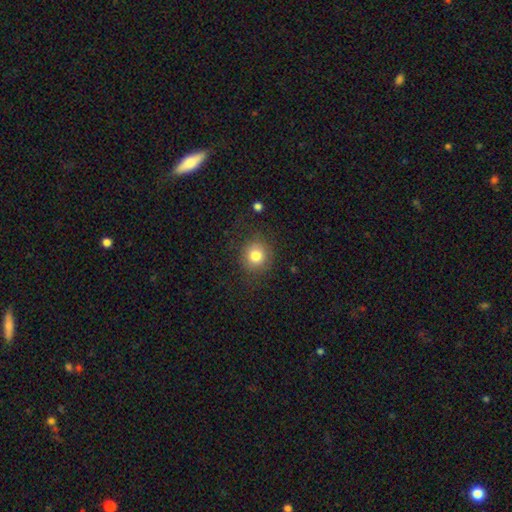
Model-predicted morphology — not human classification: Q: Smooth or featured?
A: smooth (80%); runner-up: star or artifact (11%)
Q: How rounded?
A: round (87%); runner-up: in between (12%)
Q: Merging?
A: none (82%); runner-up: minor disturbance (11%)